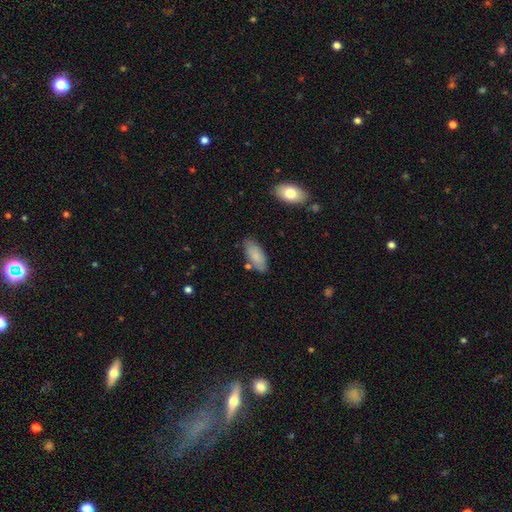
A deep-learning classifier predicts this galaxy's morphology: This appears to be a smooth galaxy with no disk features (81%) that is in between round and cigar-shaped (88%). Merging: none (75%).